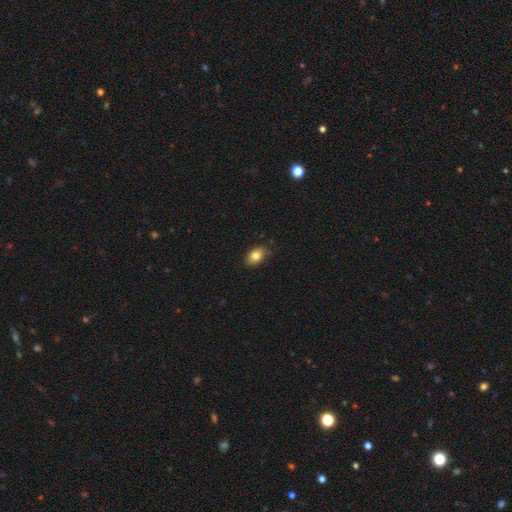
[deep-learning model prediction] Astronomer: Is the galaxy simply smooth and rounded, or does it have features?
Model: smooth — 82%.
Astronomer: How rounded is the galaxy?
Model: in between — 84%.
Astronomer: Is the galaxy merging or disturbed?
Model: none — 82%.